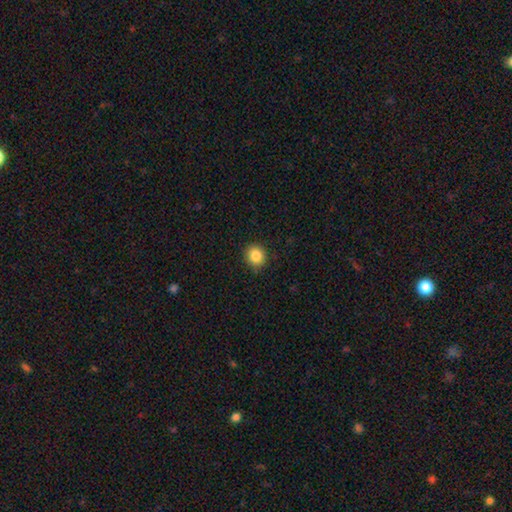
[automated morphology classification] A smooth galaxy with no disk features (85%) that is round (85%). Merging: none (86%).